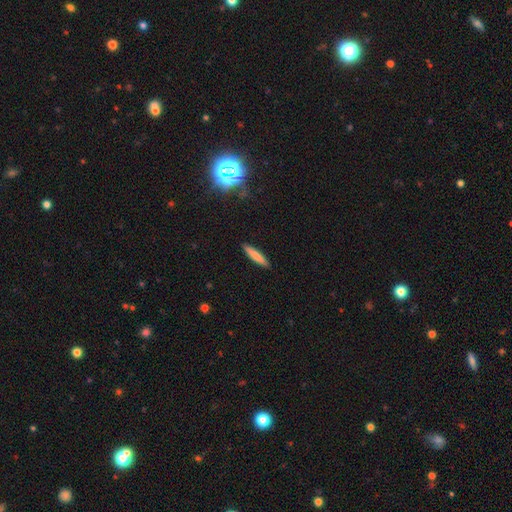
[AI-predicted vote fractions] smooth-or-featured: smooth: 79% | featured or disk: 15% | star or artifact: 6%
  how-rounded: cigar-shaped: 90% | in between: 9% | round: 1%
  merging: none: 91% | minor disturbance: 7% | major disturbance: 1% | merger: 1%